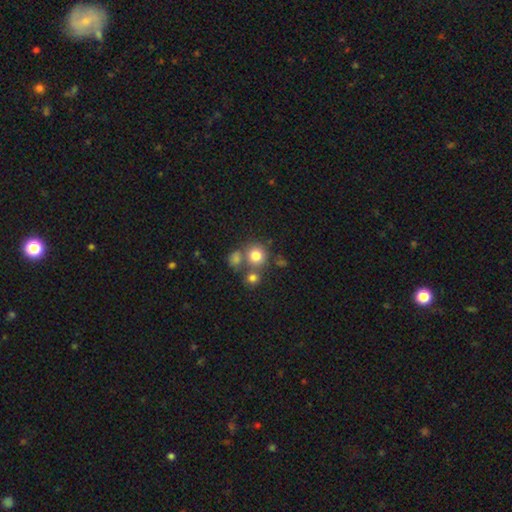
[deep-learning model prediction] The model was most divided on "merging": none: 59%, merger: 26%, minor disturbance: 10%, major disturbance: 5%. More confident: how rounded — round (86%); smooth or featured — smooth (77%).